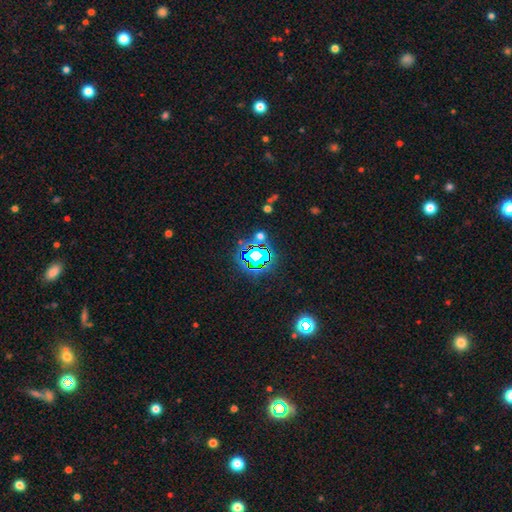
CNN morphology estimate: This is likely a star or artifact rather than a galaxy (70%).